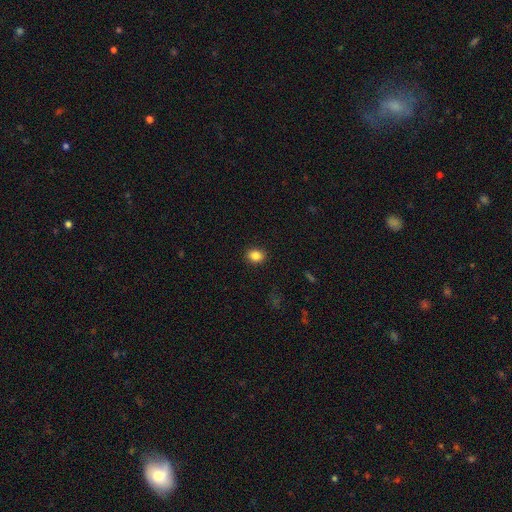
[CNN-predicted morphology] Smooth or featured?
  - smooth: 86% *
  - star or artifact: 10%
  - featured or disk: 4%
How rounded?
  - in between: 56% *
  - round: 43%
  - cigar-shaped: 1%
Merging?
  - none: 90% *
  - minor disturbance: 7%
  - major disturbance: 2%
  - merger: 1%